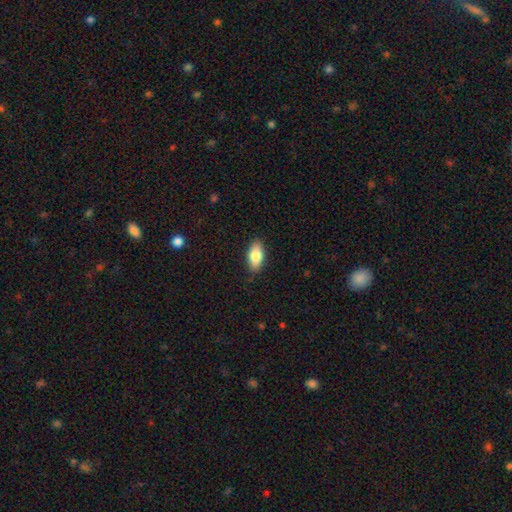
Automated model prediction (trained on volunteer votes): Q: Smooth or featured?
A: smooth (82%); runner-up: featured or disk (12%)
Q: How rounded?
A: in between (89%); runner-up: cigar-shaped (8%)
Q: Merging?
A: none (87%); runner-up: minor disturbance (10%)